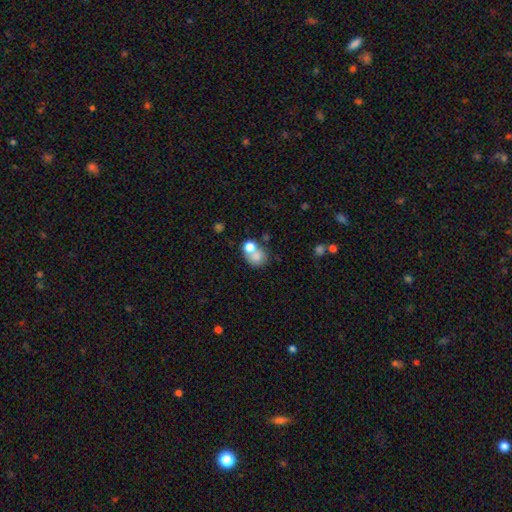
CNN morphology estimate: A smooth galaxy with no disk features (73%) that is round (65%). Merging: merger (46%).